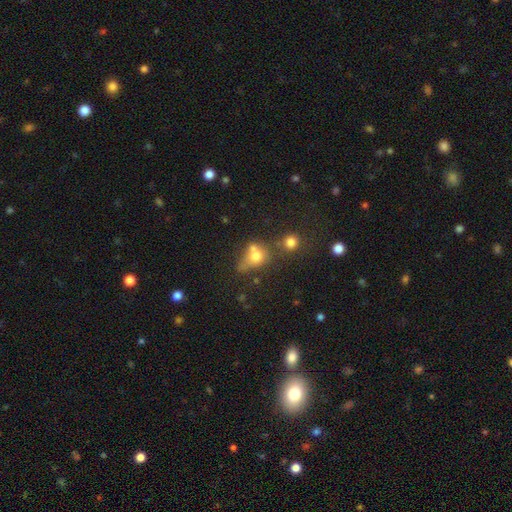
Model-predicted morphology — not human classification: This appears to be a smooth galaxy with no disk features (68%) that is round (53%). Merging: merger (43%).